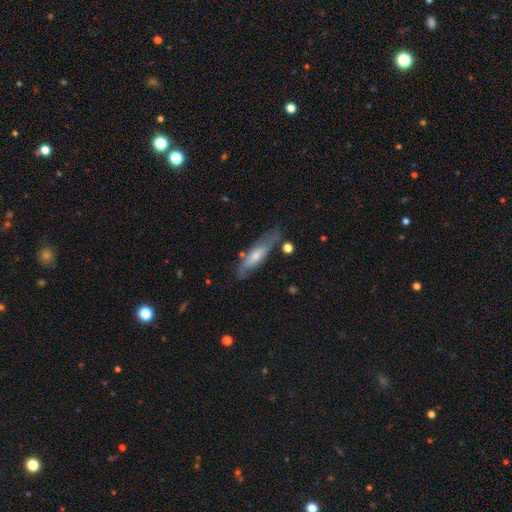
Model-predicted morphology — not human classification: smooth-or-featured: smooth: 51% | featured or disk: 43% | star or artifact: 6%
  how-rounded: cigar-shaped: 62% | in between: 36% | round: 2%
  merging: none: 64% | minor disturbance: 23% | major disturbance: 8% | merger: 5%